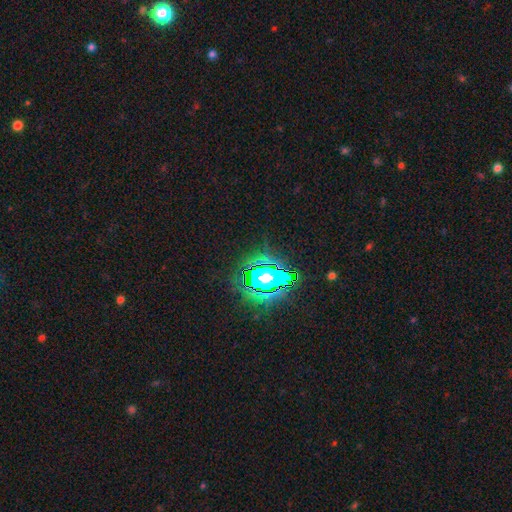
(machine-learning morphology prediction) Overall: star or artifact (84%).